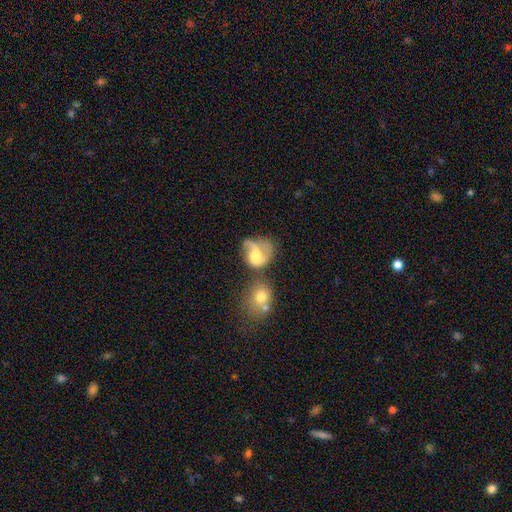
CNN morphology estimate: type=featured or disk (72%); edge-on=no (98%); bar=no (47%); spiral arms=yes (88%); winding=loose (52%); arm count=2 (70%); bulge=moderate (59%); merging=none (33%).